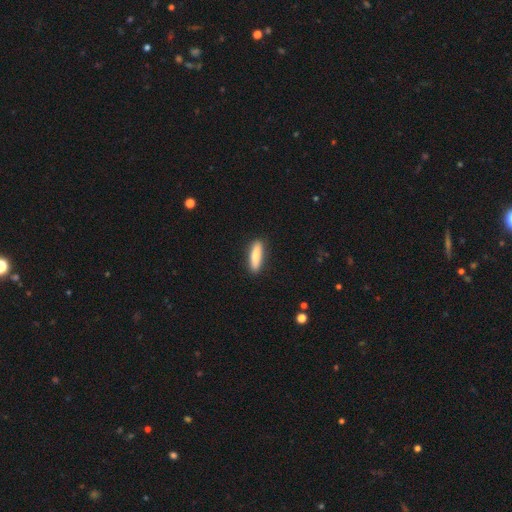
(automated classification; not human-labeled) Morphology: type=smooth (79%); roundness=cigar-shaped (71%); merging=none (88%).